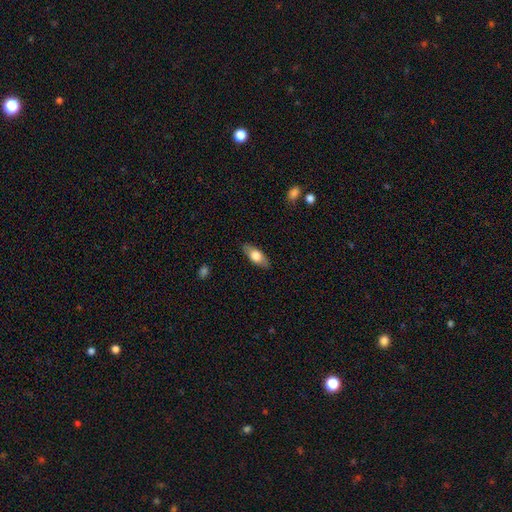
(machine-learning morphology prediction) Q: Smooth or featured?
A: smooth (66%); runner-up: featured or disk (28%)
Q: How rounded?
A: in between (80%); runner-up: cigar-shaped (16%)
Q: Merging?
A: none (85%); runner-up: minor disturbance (11%)